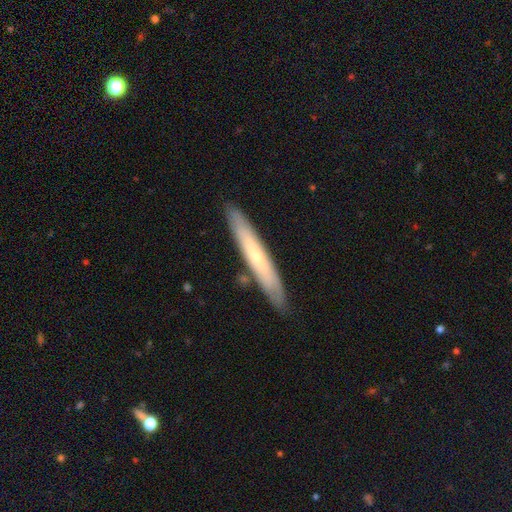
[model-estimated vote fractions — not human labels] featured or disk 50%, smooth 45%, star or artifact 6%. Down the decision tree: merging — none (86%).